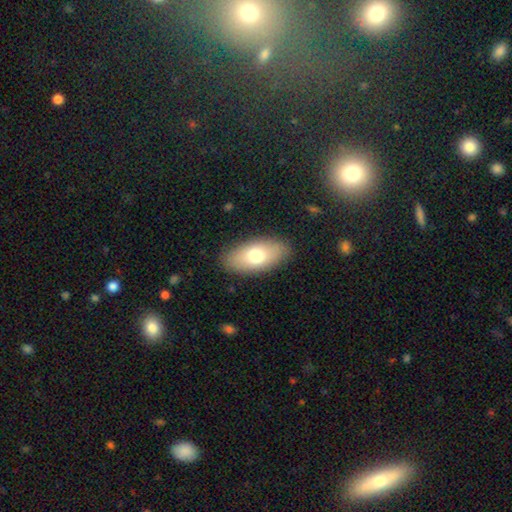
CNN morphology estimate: Smooth or featured?
  - smooth: 72% *
  - featured or disk: 21%
  - star or artifact: 7%
How rounded?
  - in between: 91% *
  - cigar-shaped: 5%
  - round: 4%
Merging?
  - none: 86% *
  - minor disturbance: 10%
  - major disturbance: 3%
  - merger: 1%